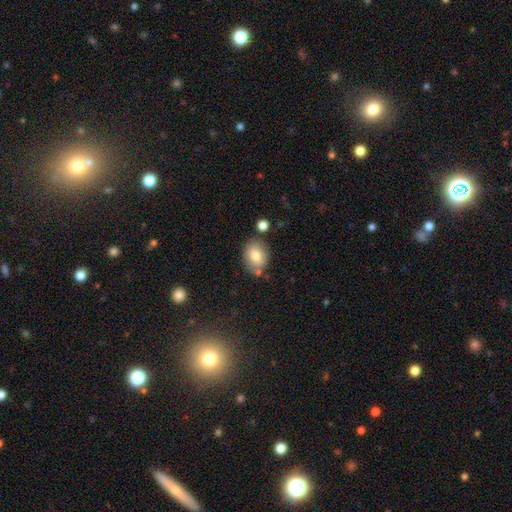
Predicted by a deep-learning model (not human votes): smooth-or-featured: smooth: 77% | featured or disk: 14% | star or artifact: 9%
  how-rounded: in between: 58% | round: 41% | cigar-shaped: 1%
  merging: none: 74% | minor disturbance: 15% | merger: 8% | major disturbance: 3%